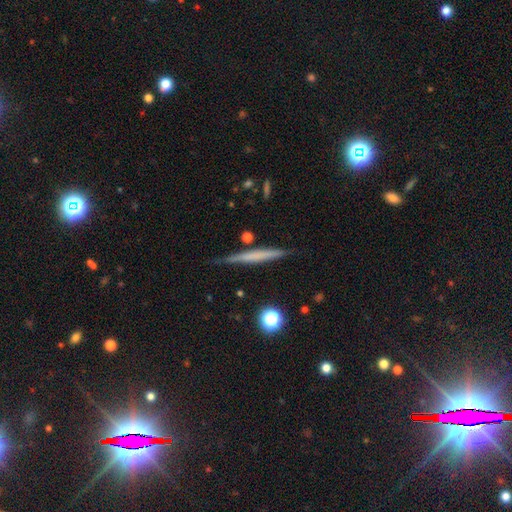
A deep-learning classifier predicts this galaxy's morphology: smooth-or-featured: smooth: 48% | featured or disk: 45% | star or artifact: 7%
  merging: none: 85% | minor disturbance: 11% | merger: 2% | major disturbance: 2%